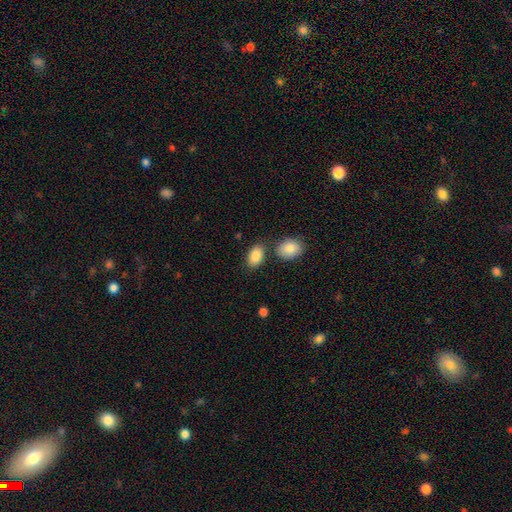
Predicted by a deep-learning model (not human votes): The model was most divided on "merging": none: 69%, merger: 16%, minor disturbance: 12%, major disturbance: 3%. More confident: how rounded — in between (90%); smooth or featured — smooth (87%).